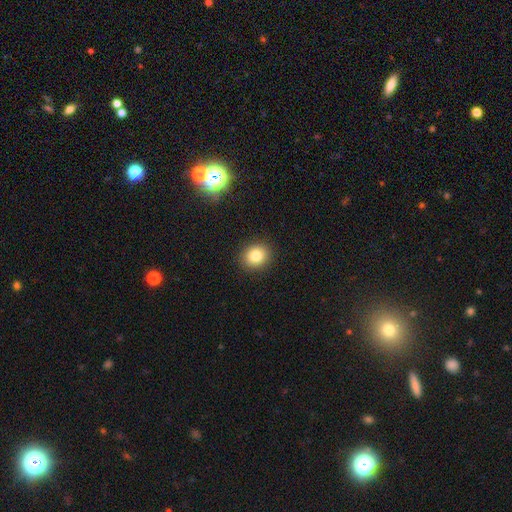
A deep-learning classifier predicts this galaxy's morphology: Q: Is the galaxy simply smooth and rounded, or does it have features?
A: smooth — 82%.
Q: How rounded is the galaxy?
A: round — 69%.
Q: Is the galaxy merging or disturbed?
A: none — 90%.